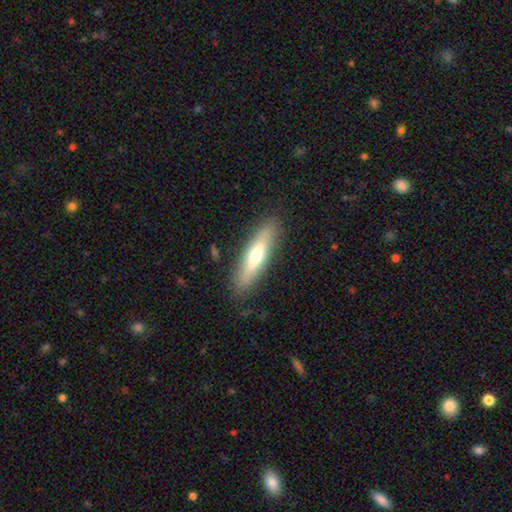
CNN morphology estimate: The model was most divided on "smooth or featured": smooth: 57%, featured or disk: 37%, star or artifact: 6%. More confident: merging — none (87%); how rounded — cigar-shaped (78%).